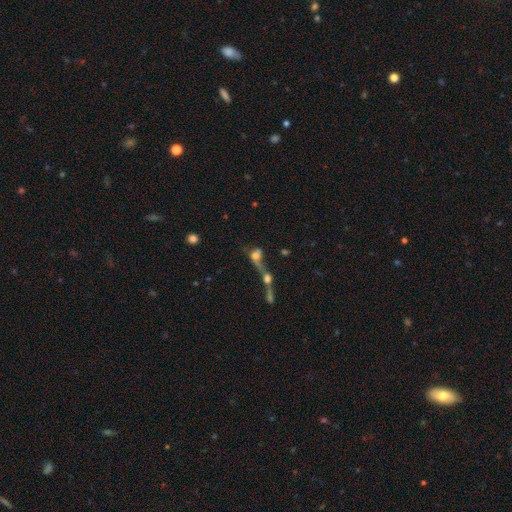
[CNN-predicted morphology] This is possibly a smooth galaxy (49%). Merging: likely merger (72%).